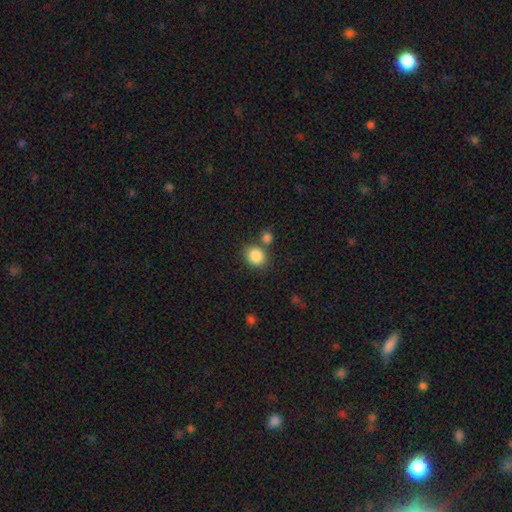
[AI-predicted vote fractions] smooth_or_featured: smooth (p=0.86) [alt: star or artifact p=0.09]
how_rounded: round (p=0.63) [alt: in between p=0.36]
merging: none (p=0.68) [alt: merger p=0.18]